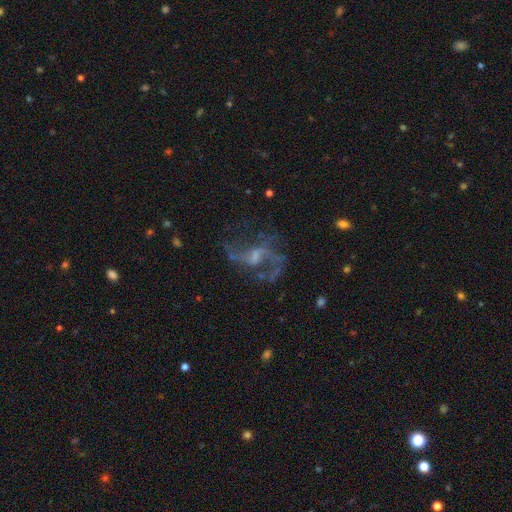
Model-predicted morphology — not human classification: Smooth or featured? featured or disk (80%)
Edge-on disk? no (97%)
Bar? weak (52%)
Spiral arms? yes (87%)
Spiral winding? loose (72%)
Spiral arm count? 2 (76%)
Bulge size? small (44%)
Merging? none (54%)